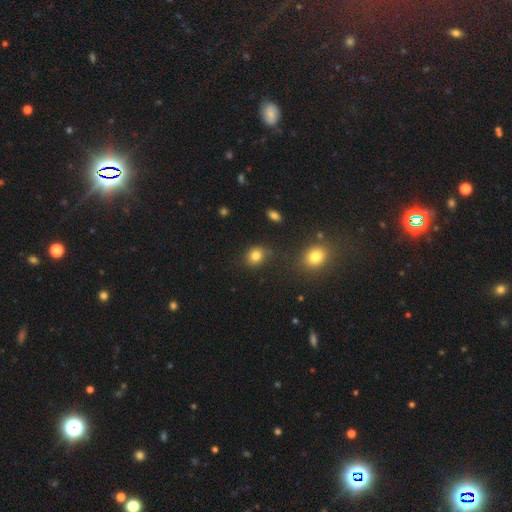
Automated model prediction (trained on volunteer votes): This is clearly a smooth galaxy (83%). How rounded: likely round (66%). Merging: likely none (77%).